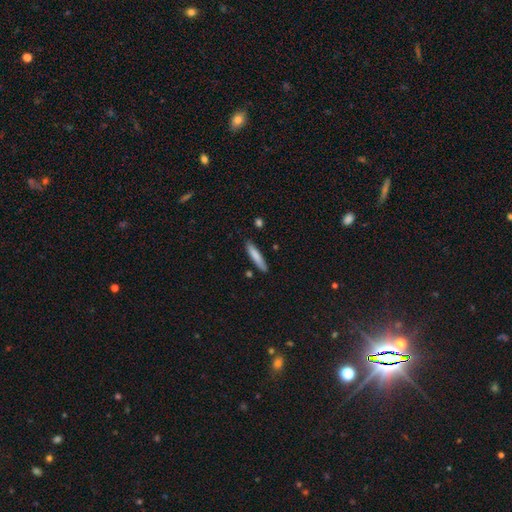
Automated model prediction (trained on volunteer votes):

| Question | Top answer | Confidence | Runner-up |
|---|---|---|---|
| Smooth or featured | smooth | 80% | featured or disk (14%) |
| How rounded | cigar-shaped | 90% | in between (9%) |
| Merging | none | 85% | minor disturbance (10%) |